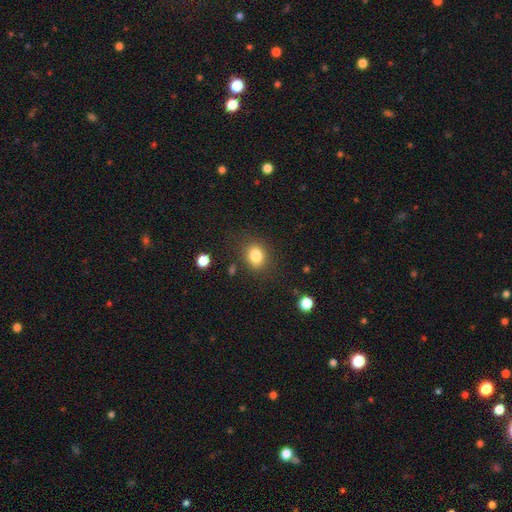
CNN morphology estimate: Q: Smooth or featured?
A: smooth (83%); runner-up: star or artifact (11%)
Q: How rounded?
A: round (60%); runner-up: in between (39%)
Q: Merging?
A: none (82%); runner-up: minor disturbance (11%)